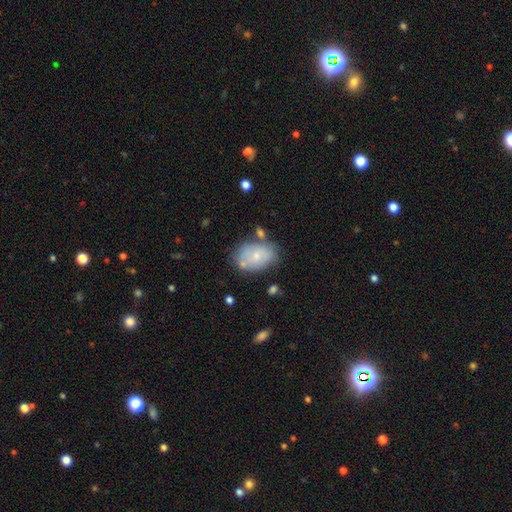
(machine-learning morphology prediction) Smooth or featured? smooth (63%)
How rounded? in between (82%)
Merging? none (62%)